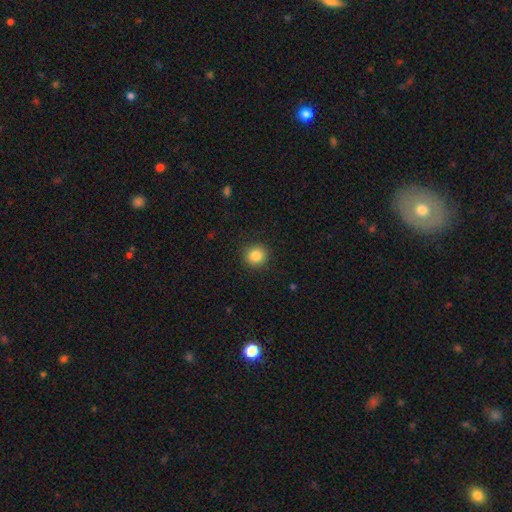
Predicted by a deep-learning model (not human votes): Smooth or featured? smooth (85%)
How rounded? round (92%)
Merging? none (91%)